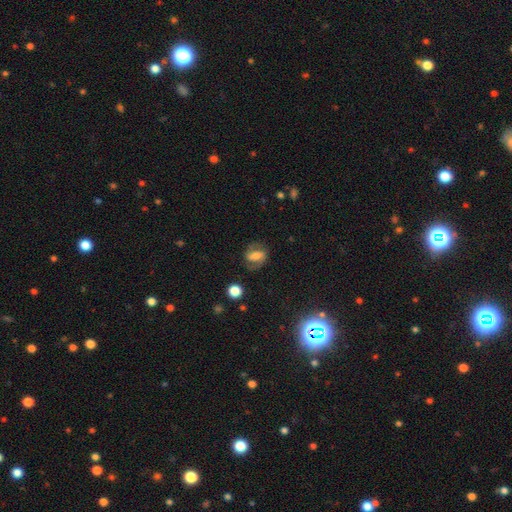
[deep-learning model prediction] A featured or disk galaxy (59%) with a strong bar (46%), spiral arms (85%) and a moderate central bulge (42%).

Vote fractions:
- Smooth or featured? featured or disk: 59% / smooth: 31% / star or artifact: 10%
- Edge-on disk? no: 95% / yes: 5%
- Bar? strong: 46% / weak: 36% / no: 18%
- Spiral arms? yes: 85% / no: 15%
- Bulge size? moderate: 42% / small: 24% / large: 21% / none: 11% / dominant: 3%
- Merging? none: 75% / minor disturbance: 15% / major disturbance: 8% / merger: 2%